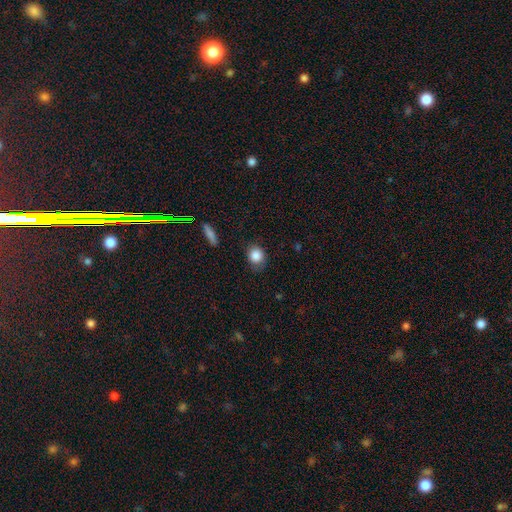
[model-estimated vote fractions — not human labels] This is clearly a smooth galaxy (85%). How rounded: likely round (71%). Merging: likely none (74%).